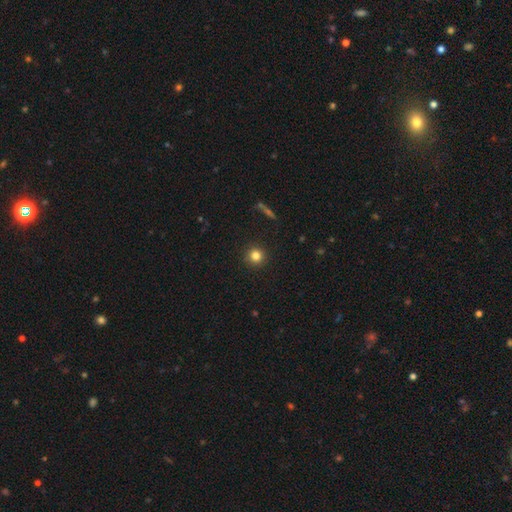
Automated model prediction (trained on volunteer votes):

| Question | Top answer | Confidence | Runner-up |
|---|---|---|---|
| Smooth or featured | smooth | 83% | star or artifact (12%) |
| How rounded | round | 94% | in between (5%) |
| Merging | none | 92% | minor disturbance (5%) |